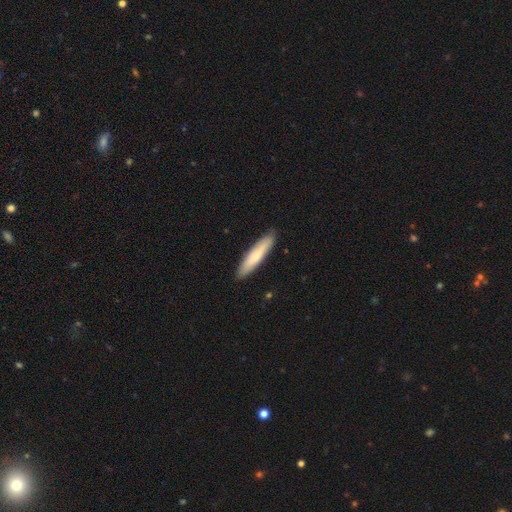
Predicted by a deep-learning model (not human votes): Overall: smooth (72%). How rounded: cigar-shaped (86%). Merging: none (89%).